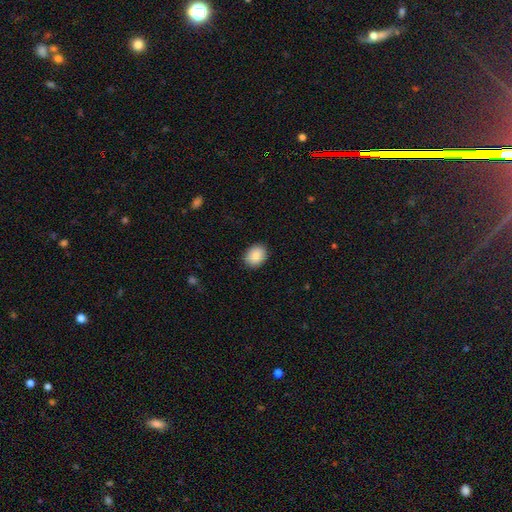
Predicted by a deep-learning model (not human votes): Q: Smooth or featured?
A: smooth (87%); runner-up: star or artifact (8%)
Q: How rounded?
A: round (53%); runner-up: in between (46%)
Q: Merging?
A: none (89%); runner-up: minor disturbance (8%)